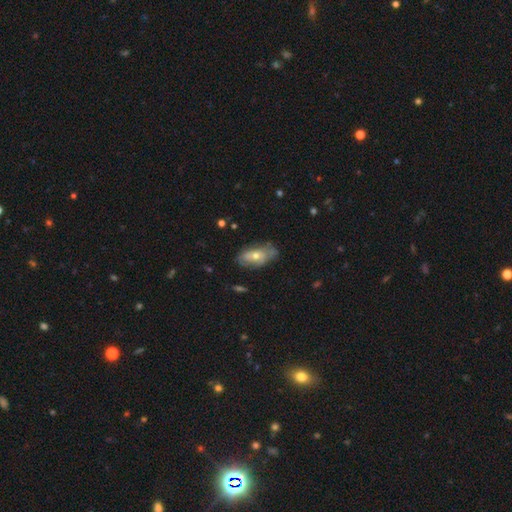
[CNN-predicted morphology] A featured or disk galaxy (53%).

Vote fractions:
- Smooth or featured? featured or disk: 53% / smooth: 40% / star or artifact: 7%
- Edge-on disk? no: 89% / yes: 11%
- Merging? none: 58% / minor disturbance: 29% / major disturbance: 11% / merger: 2%